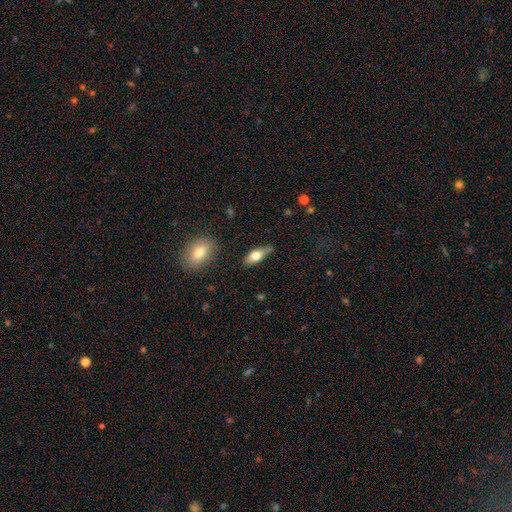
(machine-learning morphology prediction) smooth-or-featured: smooth: 67% | featured or disk: 27% | star or artifact: 7%
  how-rounded: in between: 70% | cigar-shaped: 27% | round: 3%
  merging: none: 70% | minor disturbance: 22% | major disturbance: 5% | merger: 3%